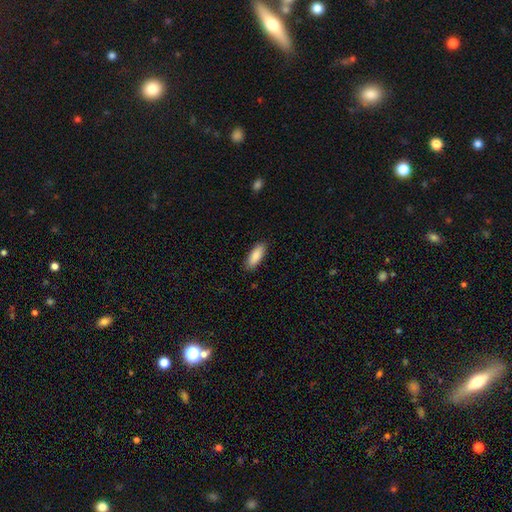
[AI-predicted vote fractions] Overall: smooth (88%). How rounded: in between (71%). Merging: none (88%).